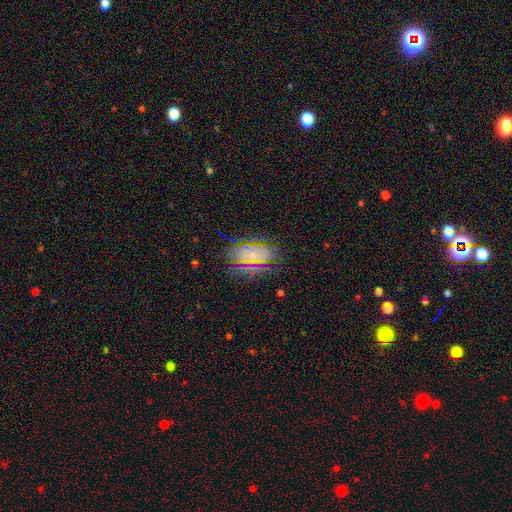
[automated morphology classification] Smooth or featured: smooth — 51% (featured or disk — 27%)
How rounded: in between — 79% (round — 18%)
Merging: none — 75% (minor disturbance — 17%)